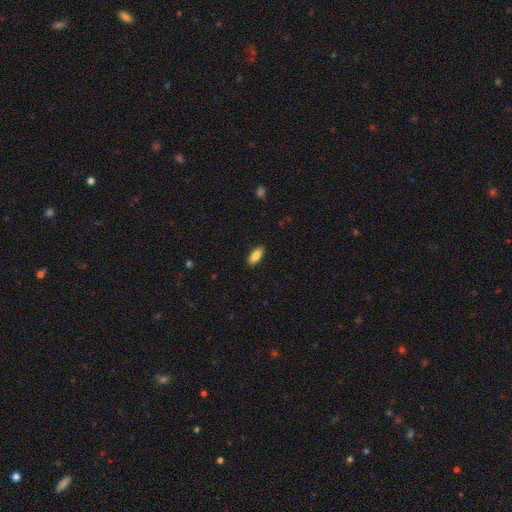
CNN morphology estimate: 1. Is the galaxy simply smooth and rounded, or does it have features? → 83% smooth, 11% featured or disk, 6% star or artifact.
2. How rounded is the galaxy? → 84% in between, 14% cigar-shaped, 2% round.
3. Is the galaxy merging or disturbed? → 89% none, 8% minor disturbance, 2% major disturbance, 1% merger.